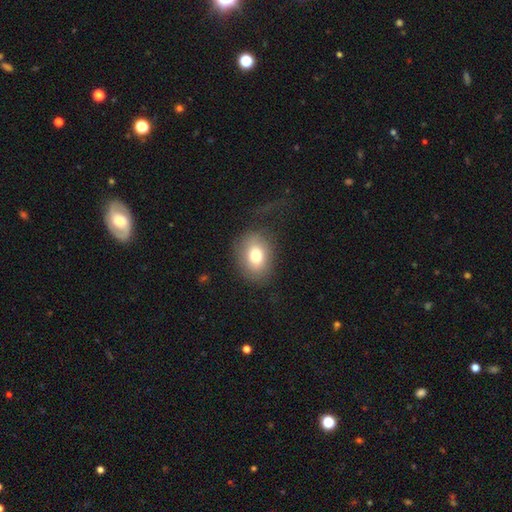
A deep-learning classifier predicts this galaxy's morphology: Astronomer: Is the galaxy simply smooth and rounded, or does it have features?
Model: smooth — 76%.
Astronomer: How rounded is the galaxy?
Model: in between — 62%.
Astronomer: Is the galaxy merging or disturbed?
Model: none — 67%.